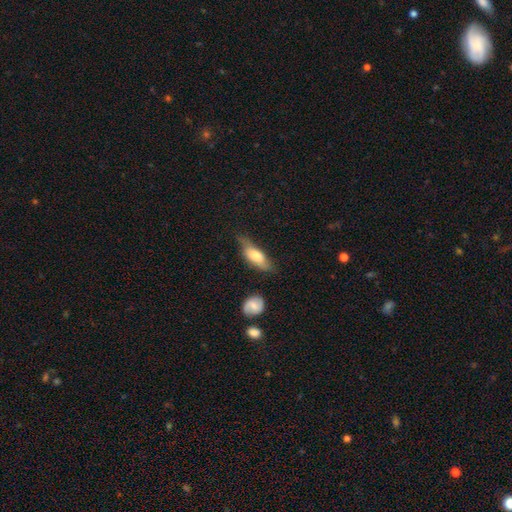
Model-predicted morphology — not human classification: Smooth or featured? Predicted: smooth (p=0.66). How rounded? Predicted: in between (p=0.63). Merging? Predicted: none (p=0.56).